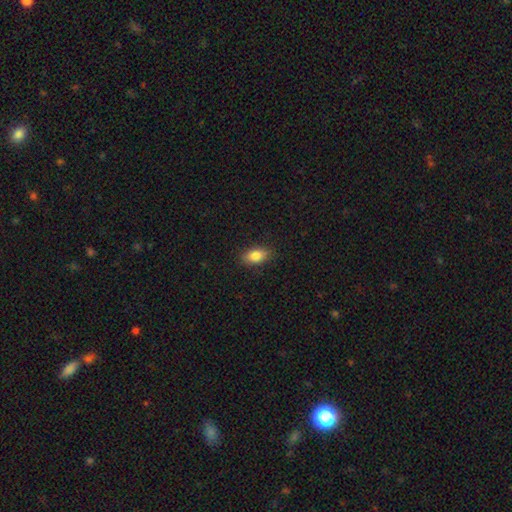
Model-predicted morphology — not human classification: smooth-or-featured: smooth: 83% | featured or disk: 9% | star or artifact: 8%
  how-rounded: in between: 87% | round: 7% | cigar-shaped: 5%
  merging: none: 85% | minor disturbance: 11% | major disturbance: 2% | merger: 1%